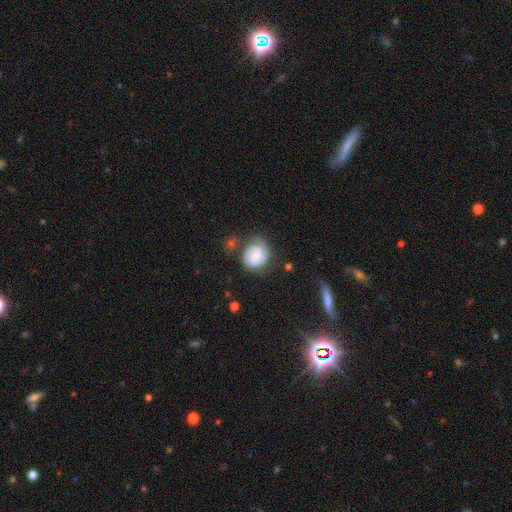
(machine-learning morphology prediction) Overall: featured or disk (71%). Edge-on disk: no (98%). Bar: no (60%; weak 34%). Spiral arms: yes (94%). Spiral arm count: 2 (67%). Spiral winding: tight (60%; medium 31%). Bulge size: moderate (46%; small 45%). Merging: none (66%).